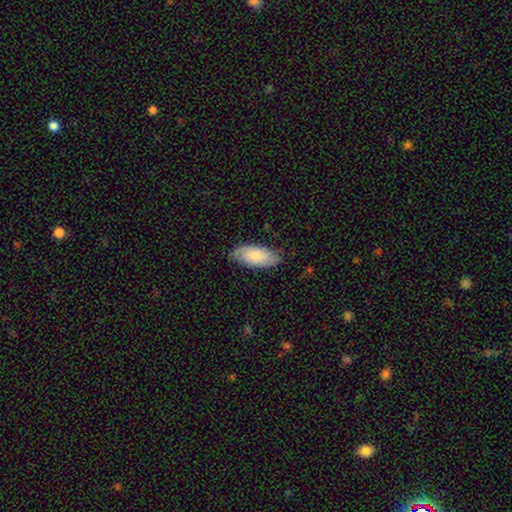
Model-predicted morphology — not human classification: A smooth galaxy with no disk features (73%) that is in between round and cigar-shaped (89%). Merging: none (77%).